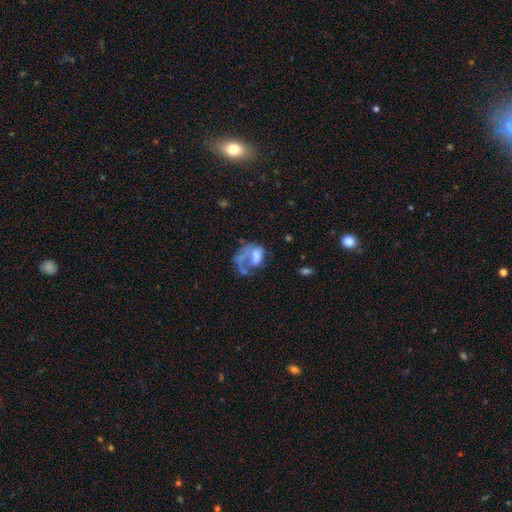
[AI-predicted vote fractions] smooth_or_featured: featured or disk (p=0.64) [alt: smooth p=0.25]
disk_edge_on: no (p=0.98) [alt: yes p=0.02]
bar: no (p=0.66) [alt: weak p=0.25]
has_spiral_arms: yes (p=0.58) [alt: no p=0.42]
bulge_size: none (p=0.45) [alt: moderate p=0.22]
merging: major disturbance (p=0.49) [alt: none p=0.26]